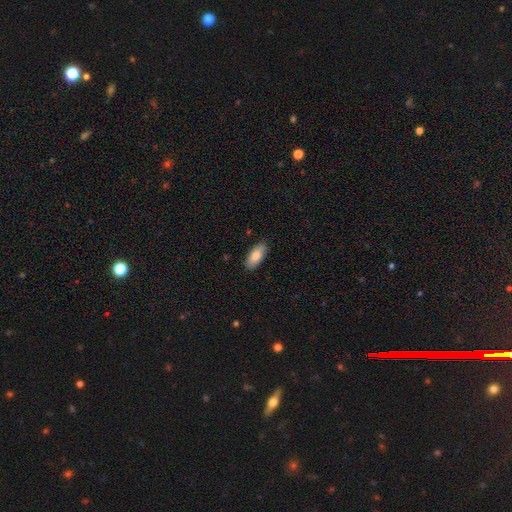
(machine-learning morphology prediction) Q: Smooth or featured?
A: smooth (82%); runner-up: featured or disk (11%)
Q: How rounded?
A: in between (87%); runner-up: cigar-shaped (11%)
Q: Merging?
A: none (88%); runner-up: minor disturbance (9%)